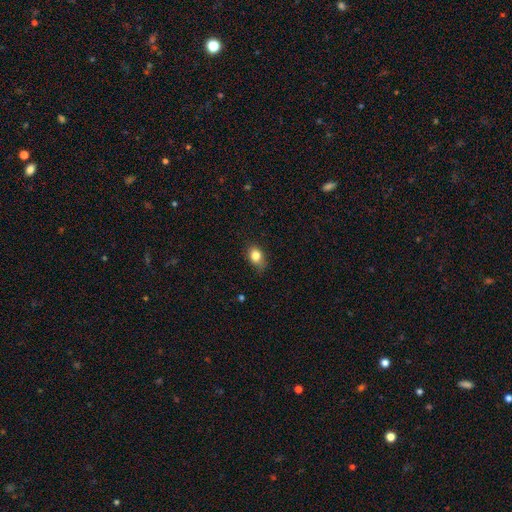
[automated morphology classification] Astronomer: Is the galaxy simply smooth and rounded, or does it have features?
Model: smooth — 83%.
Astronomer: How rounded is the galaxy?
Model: in between — 66%.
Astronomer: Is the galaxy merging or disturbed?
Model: none — 68%.